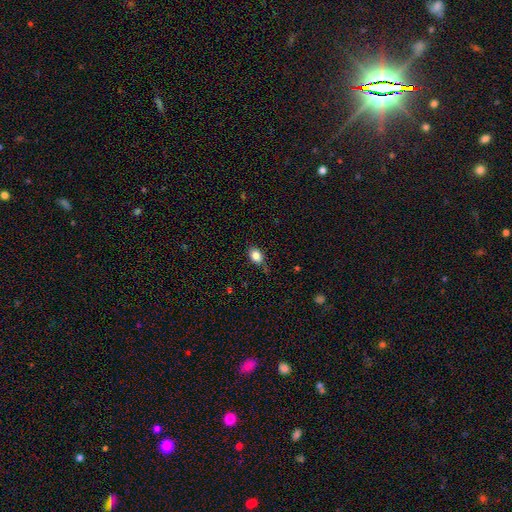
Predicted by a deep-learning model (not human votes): The model was most divided on "how rounded": in between: 72%, round: 26%, cigar-shaped: 1%. More confident: smooth or featured — smooth (85%); merging — none (78%).